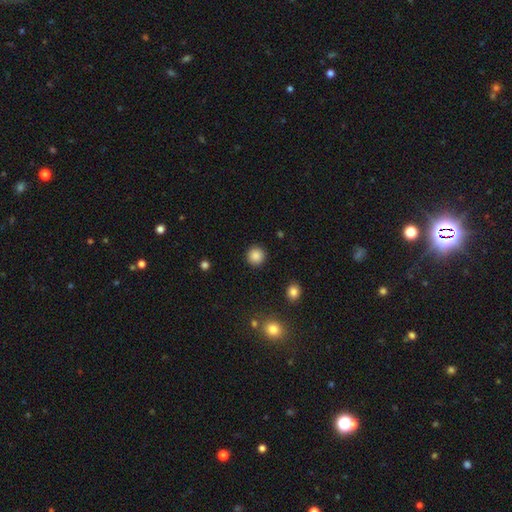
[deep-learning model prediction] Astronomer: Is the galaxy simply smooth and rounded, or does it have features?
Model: smooth — 87%.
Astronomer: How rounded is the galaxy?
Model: round — 94%.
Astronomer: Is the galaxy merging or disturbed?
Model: none — 92%.